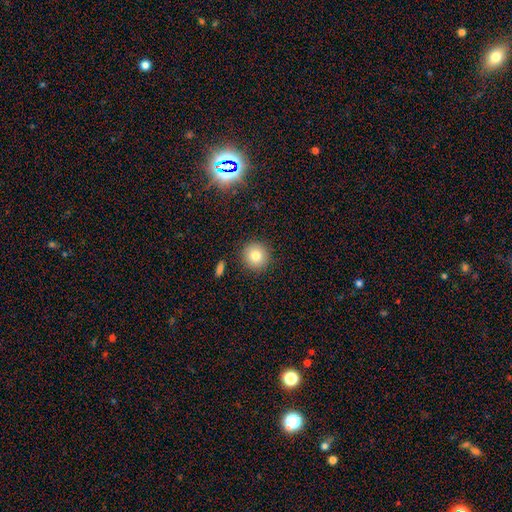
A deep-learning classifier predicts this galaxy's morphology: smooth 79%, star or artifact 11%, featured or disk 9%. Down the decision tree: how rounded — round (93%); merging — none (89%).